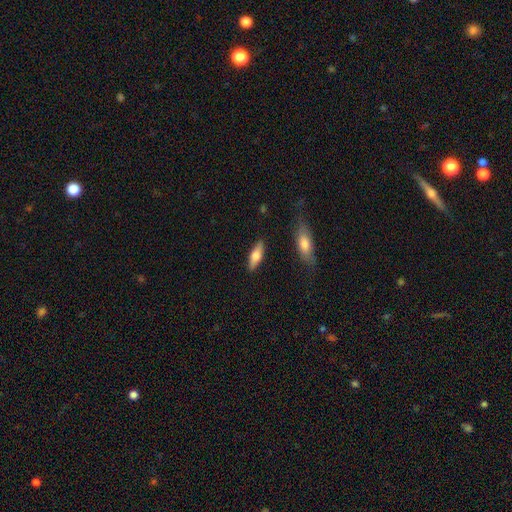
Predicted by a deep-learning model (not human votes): Smooth or featured: smooth — 64% (featured or disk — 30%)
How rounded: in between — 58% (cigar-shaped — 39%)
Merging: none — 86% (minor disturbance — 9%)